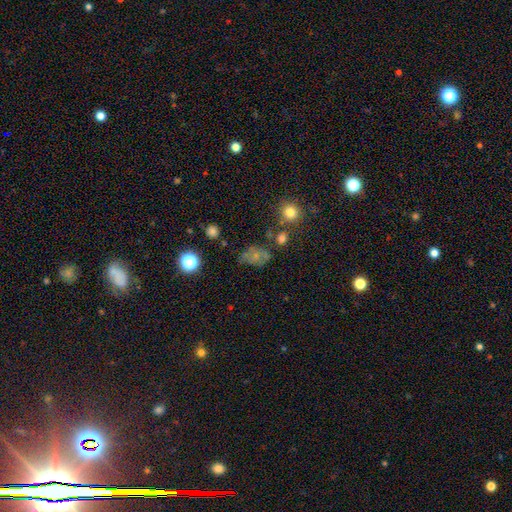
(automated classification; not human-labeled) Smooth or featured?
  - smooth: 56% *
  - featured or disk: 24%
  - star or artifact: 20%
How rounded?
  - in between: 65% *
  - round: 33%
  - cigar-shaped: 2%
Merging?
  - none: 46% *
  - minor disturbance: 27%
  - major disturbance: 18%
  - merger: 8%